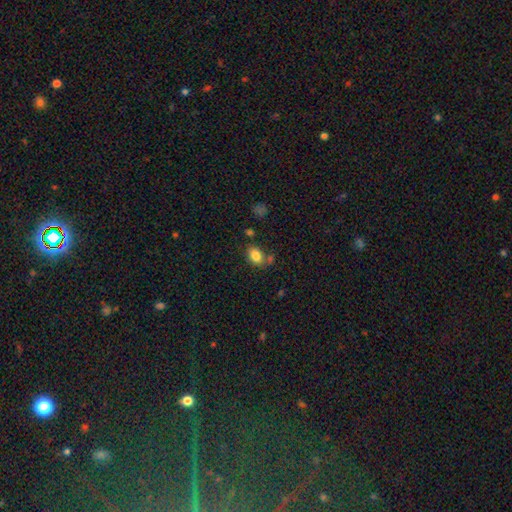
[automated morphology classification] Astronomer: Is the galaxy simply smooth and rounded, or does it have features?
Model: smooth — 84%.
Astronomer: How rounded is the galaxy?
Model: in between — 80%.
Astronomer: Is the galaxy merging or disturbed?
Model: none — 66%.